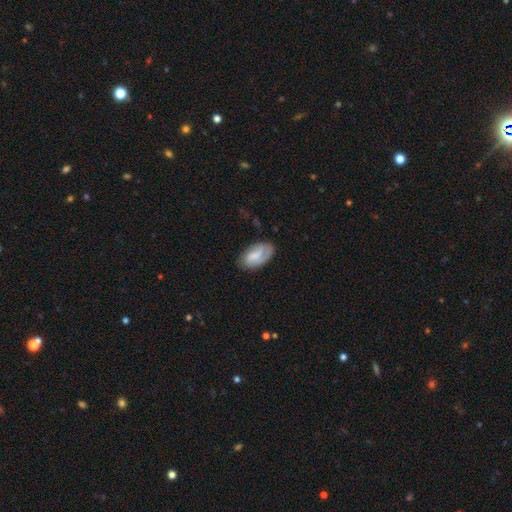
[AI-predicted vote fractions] smooth_or_featured: smooth (p=0.60) [alt: featured or disk p=0.33]
how_rounded: in between (p=0.93) [alt: round p=0.04]
merging: none (p=0.69) [alt: minor disturbance p=0.22]